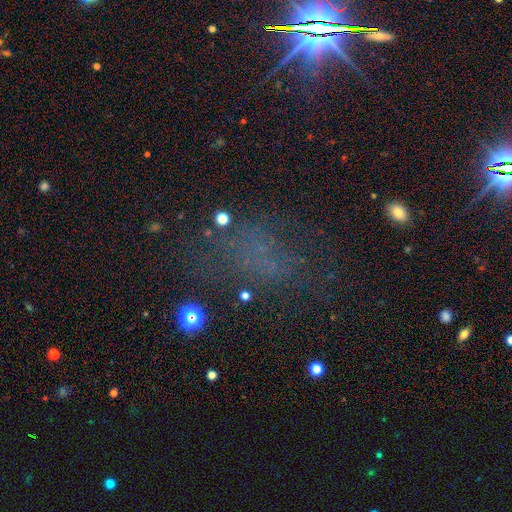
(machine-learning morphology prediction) Smooth or featured?
  - star or artifact: 59% *
  - smooth: 26%
  - featured or disk: 15%